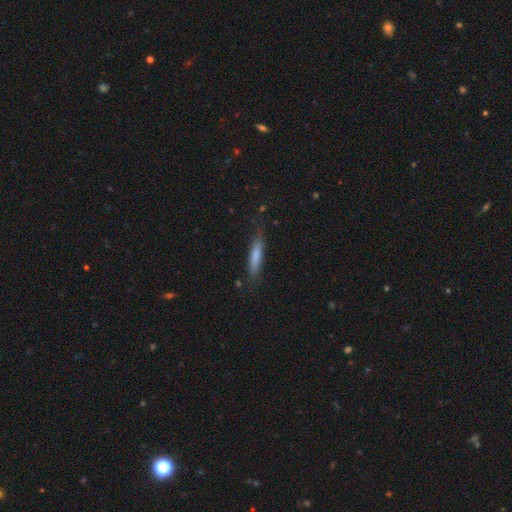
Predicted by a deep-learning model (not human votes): Smooth or featured? Predicted: smooth (p=0.73). How rounded? Predicted: cigar-shaped (p=0.85). Merging? Predicted: none (p=0.77).